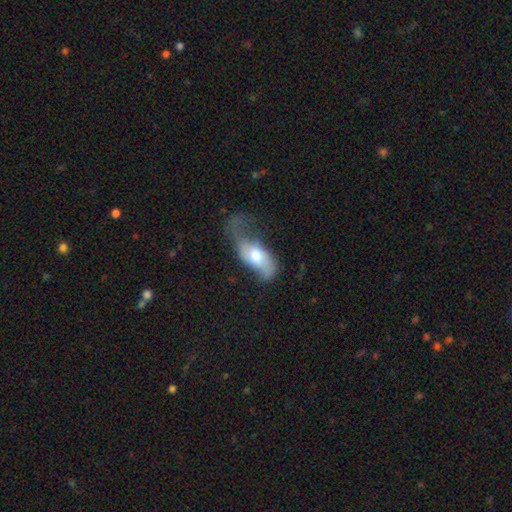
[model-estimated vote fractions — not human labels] A smooth galaxy with no disk features (50%). Merging: major disturbance (51%).